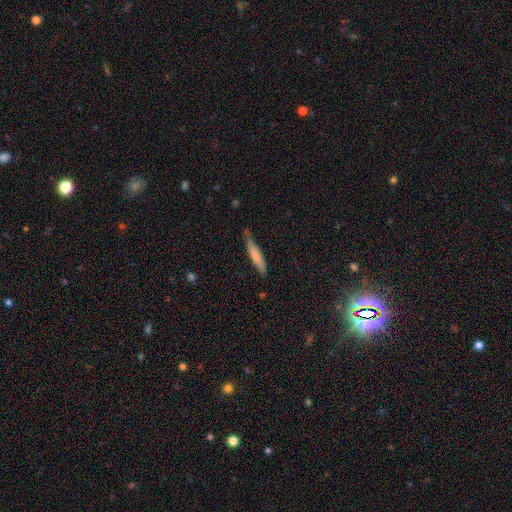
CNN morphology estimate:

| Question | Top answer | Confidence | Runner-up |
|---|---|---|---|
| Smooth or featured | smooth | 72% | featured or disk (23%) |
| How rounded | cigar-shaped | 91% | in between (8%) |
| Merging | none | 69% | minor disturbance (24%) |